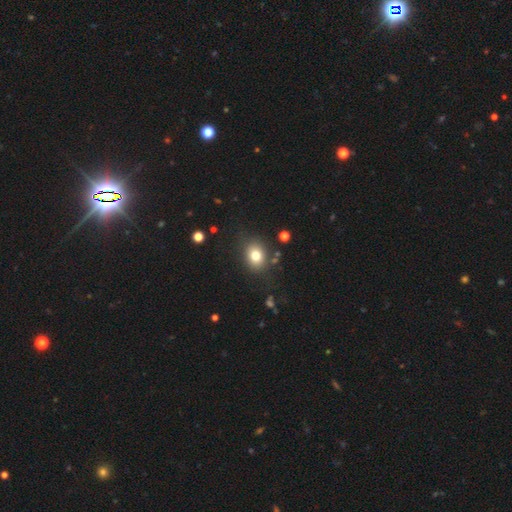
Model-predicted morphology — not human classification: A smooth galaxy with no disk features (78%) that is round (51%). Merging: none (81%).